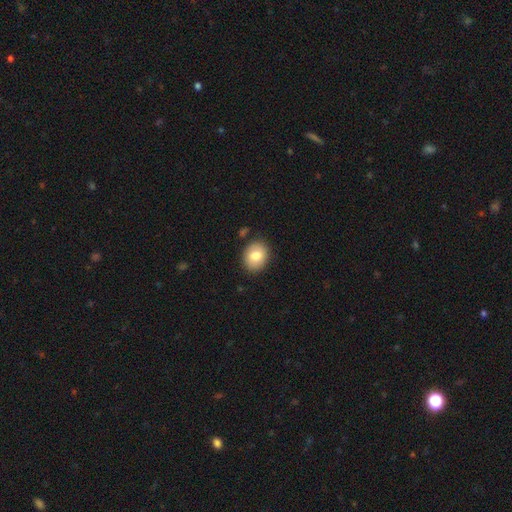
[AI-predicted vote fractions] This appears to be a smooth galaxy with no disk features (80%) that is round (54%). Merging: none (86%).